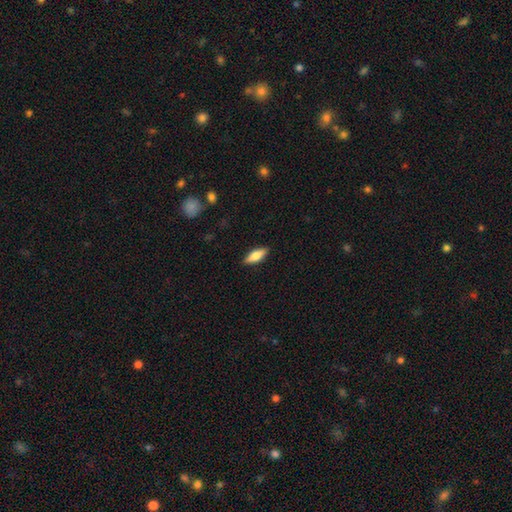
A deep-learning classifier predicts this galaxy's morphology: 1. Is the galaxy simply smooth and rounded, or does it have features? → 67% smooth, 27% featured or disk, 6% star or artifact.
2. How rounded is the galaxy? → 64% in between, 33% cigar-shaped, 2% round.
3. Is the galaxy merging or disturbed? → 89% none, 8% minor disturbance, 2% major disturbance, 1% merger.